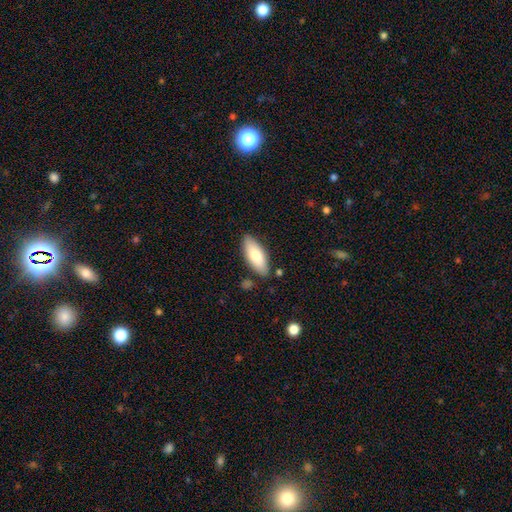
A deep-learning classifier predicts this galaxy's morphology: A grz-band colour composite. It shows a smooth galaxy with no disk features (77%) that is in between round and cigar-shaped (77%). Merging: none (83%).